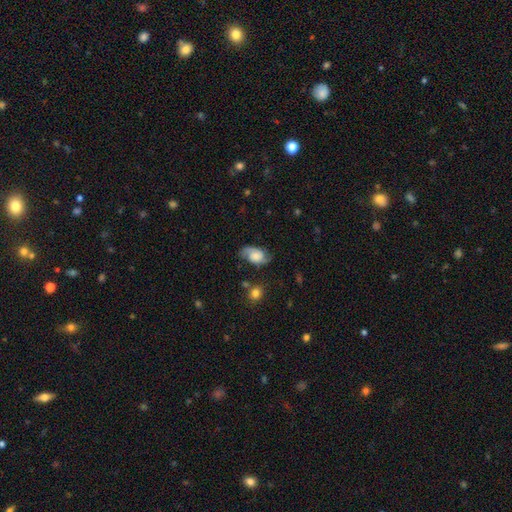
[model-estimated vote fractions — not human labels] A featured or disk galaxy (69%) with no bar (65%), 2 (88%) medium (46%) spiral arms (94%) and a moderate central bulge (28%).

Vote fractions:
- Smooth or featured? featured or disk: 69% / smooth: 23% / star or artifact: 8%
- Edge-on disk? no: 96% / yes: 4%
- Bar? no: 65% / weak: 29% / strong: 6%
- Spiral arms? yes: 94% / no: 6%
- Spiral winding? medium: 46% / loose: 28% / tight: 26%
- Spiral arm count? 2: 88% / can't tell: 5% / 1: 3% / 3: 1% / 4: 1% / more than 4: 1%
- Bulge size? moderate: 28% / small: 24% / large: 24% / none: 19% / dominant: 5%
- Merging? none: 71% / minor disturbance: 20% / major disturbance: 7% / merger: 2%